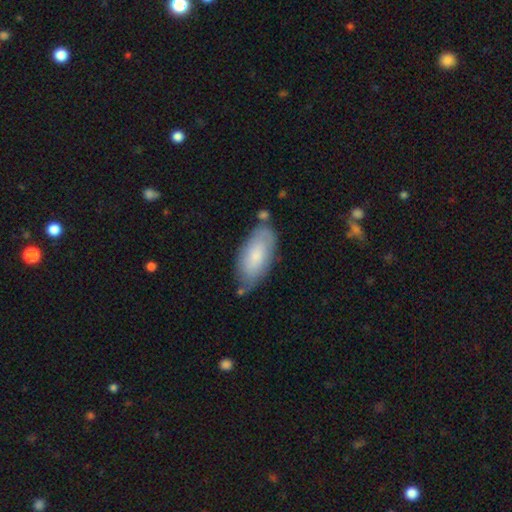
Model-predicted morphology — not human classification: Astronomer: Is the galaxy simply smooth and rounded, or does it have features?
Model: smooth — 71%.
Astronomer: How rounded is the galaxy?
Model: in between — 88%.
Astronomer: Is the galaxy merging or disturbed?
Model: none — 63%.